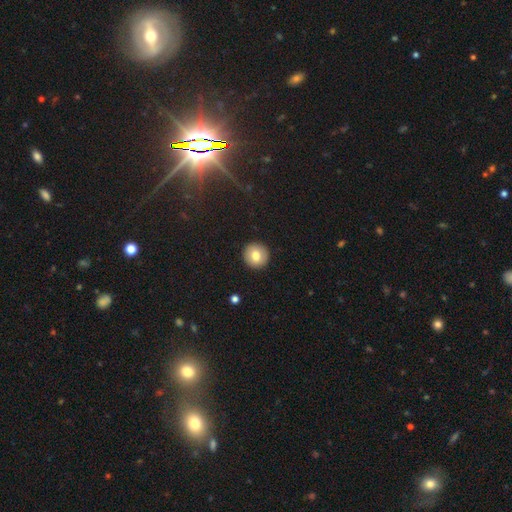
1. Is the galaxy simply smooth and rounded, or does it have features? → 74% smooth, 18% featured or disk, 8% star or artifact.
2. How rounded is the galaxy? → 96% round, 4% in between, 0% cigar-shaped.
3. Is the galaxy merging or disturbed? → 97% none, 3% major disturbance, 0% minor disturbance, 0% merger.